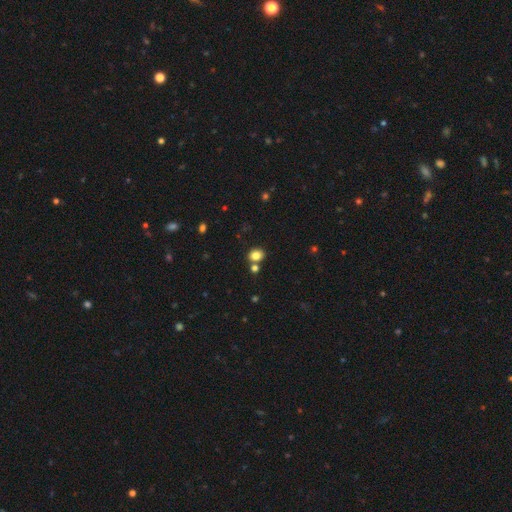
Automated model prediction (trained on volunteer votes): A smooth galaxy with no disk features (81%) that is round (57%). Merging: none (70%).